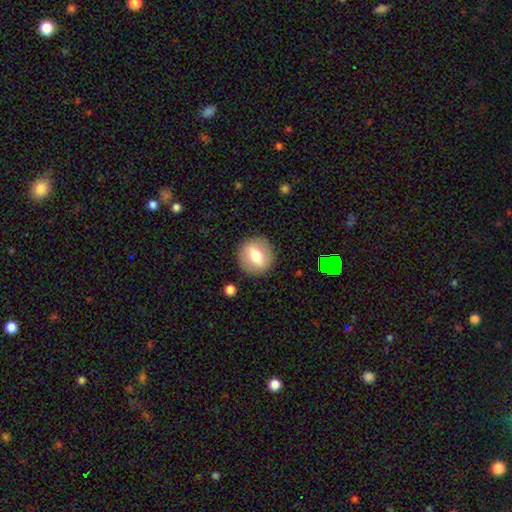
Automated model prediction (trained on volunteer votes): A smooth galaxy with no disk features (60%) that is round (84%). Merging: none (88%).